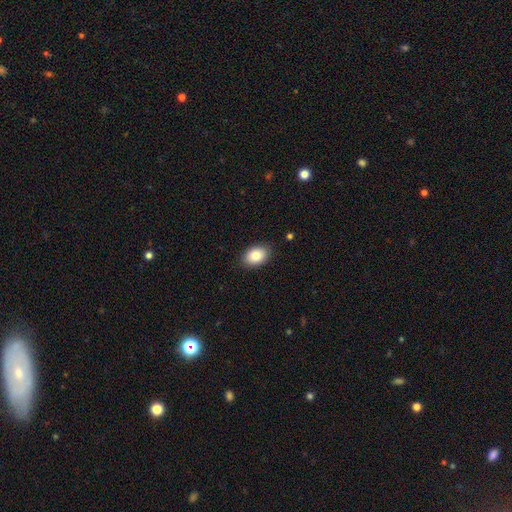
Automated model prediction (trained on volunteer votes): A smooth galaxy with no disk features (84%) that is in between round and cigar-shaped (81%). Merging: none (87%).